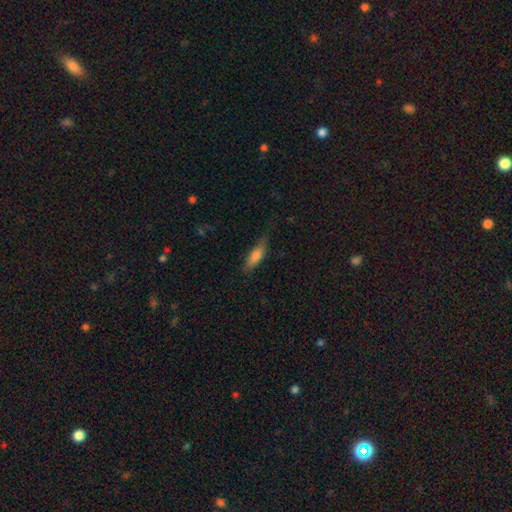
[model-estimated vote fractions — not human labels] A smooth galaxy with no disk features (75%) that is cigar-shaped (51%). Merging: none (70%).